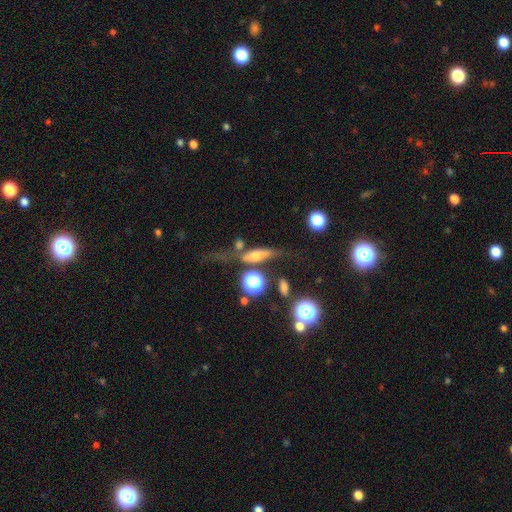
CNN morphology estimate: The model was most divided on "smooth or featured": featured or disk: 46%, smooth: 41%, star or artifact: 12%. Remaining: merging — none (47%).